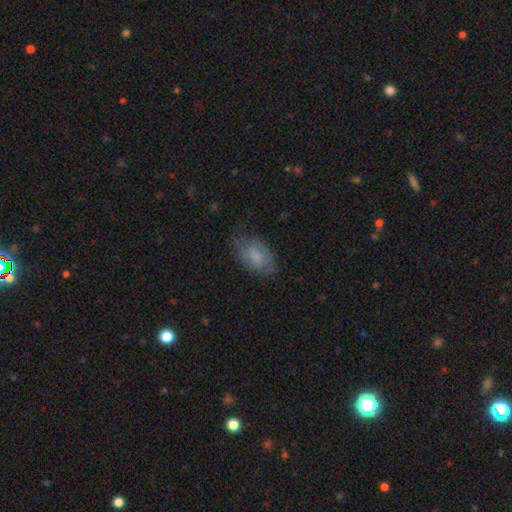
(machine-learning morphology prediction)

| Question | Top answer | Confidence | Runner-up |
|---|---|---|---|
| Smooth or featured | smooth | 69% | featured or disk (23%) |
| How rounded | in between | 91% | round (7%) |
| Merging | none | 62% | minor disturbance (27%) |